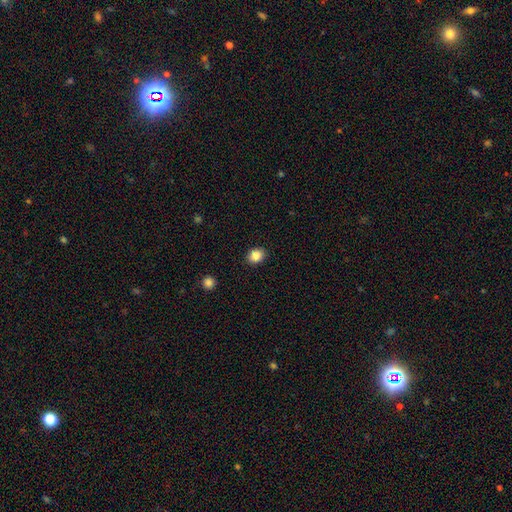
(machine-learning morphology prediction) A smooth galaxy with no disk features (87%) that is round (61%).

Vote fractions:
- Smooth or featured? smooth: 87% / star or artifact: 10% / featured or disk: 4%
- How rounded? round: 61% / in between: 39% / cigar-shaped: 1%
- Merging? none: 90% / minor disturbance: 7% / major disturbance: 2% / merger: 1%